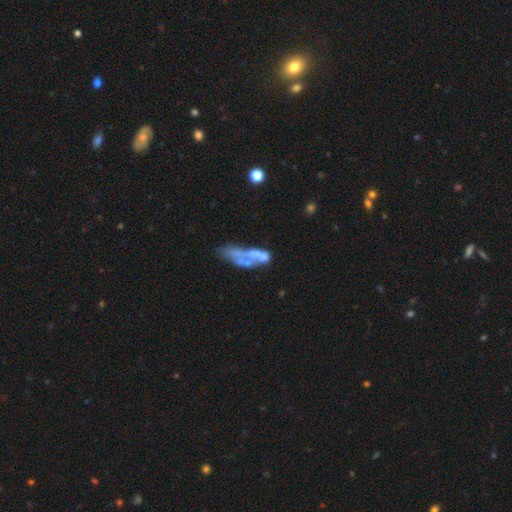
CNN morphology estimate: Smooth or featured? Predicted: featured or disk (p=0.54). Edge-on disk? Predicted: no (p=0.88). Merging? Predicted: merger (p=0.30).